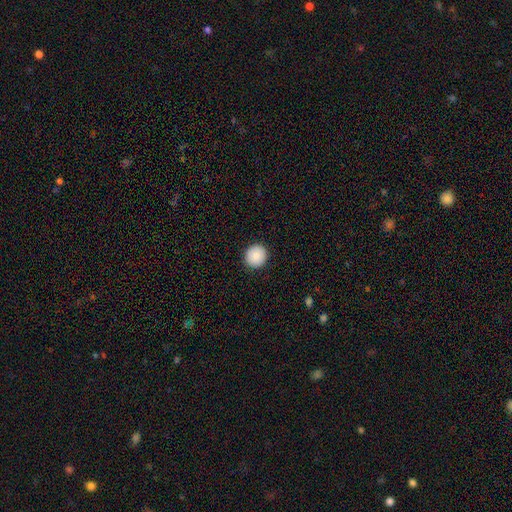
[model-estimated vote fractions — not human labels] Q: Smooth or featured?
A: smooth (85%); runner-up: star or artifact (8%)
Q: How rounded?
A: round (91%); runner-up: in between (8%)
Q: Merging?
A: none (92%); runner-up: minor disturbance (5%)